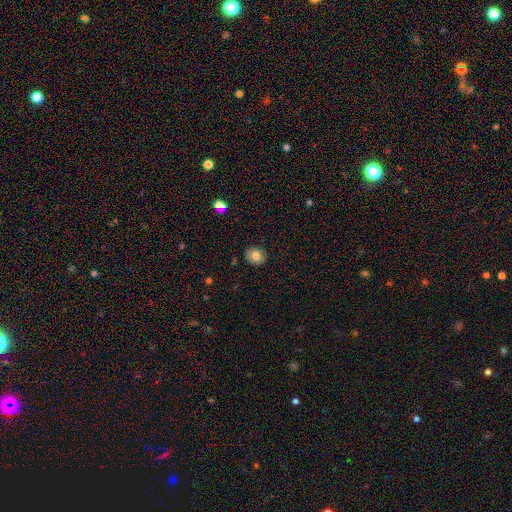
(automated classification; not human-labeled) smooth_or_featured: smooth (p=0.78) [alt: featured or disk p=0.12]
how_rounded: round (p=0.70) [alt: in between p=0.29]
merging: none (p=0.86) [alt: minor disturbance p=0.11]